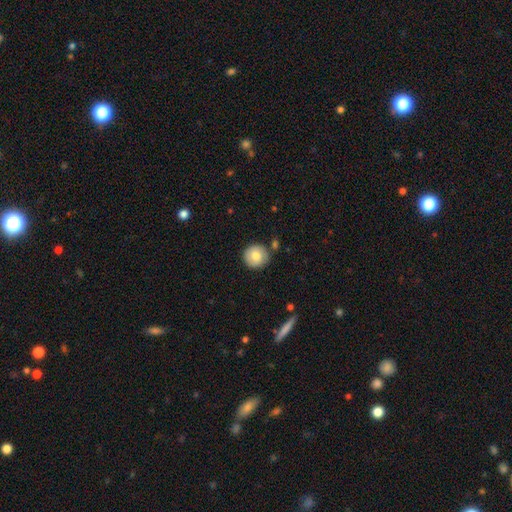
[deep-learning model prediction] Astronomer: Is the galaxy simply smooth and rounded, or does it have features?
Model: smooth — 75%.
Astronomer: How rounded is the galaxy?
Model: round — 94%.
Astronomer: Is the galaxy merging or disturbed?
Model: none — 80%.